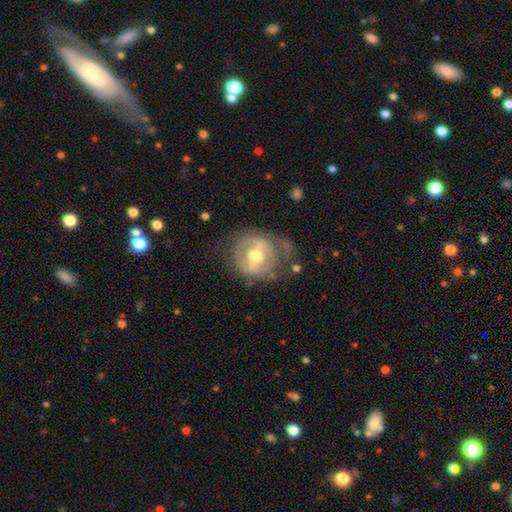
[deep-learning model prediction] Overall: featured or disk (70%). Edge-on disk: no (96%). Bar: weak (42%; strong 31%). Spiral arms: no (56%; yes 44%). Bulge size: moderate (75%). Merging: none (54%; minor disturbance 25%).